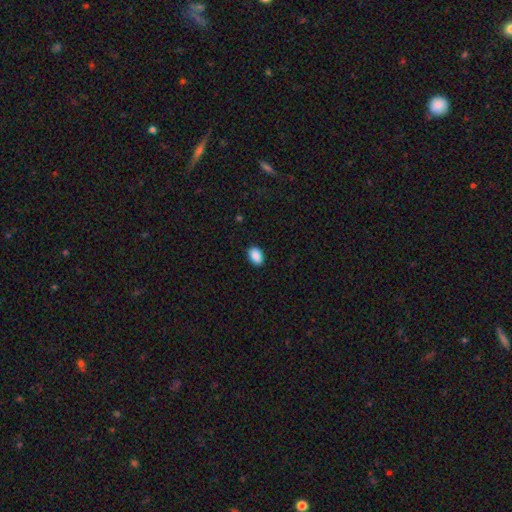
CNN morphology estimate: A smooth galaxy with no disk features (90%) that is in between round and cigar-shaped (90%).

Vote fractions:
- Smooth or featured? smooth: 90% / star or artifact: 7% / featured or disk: 3%
- How rounded? in between: 90% / round: 9% / cigar-shaped: 1%
- Merging? none: 89% / minor disturbance: 8% / major disturbance: 2% / merger: 1%